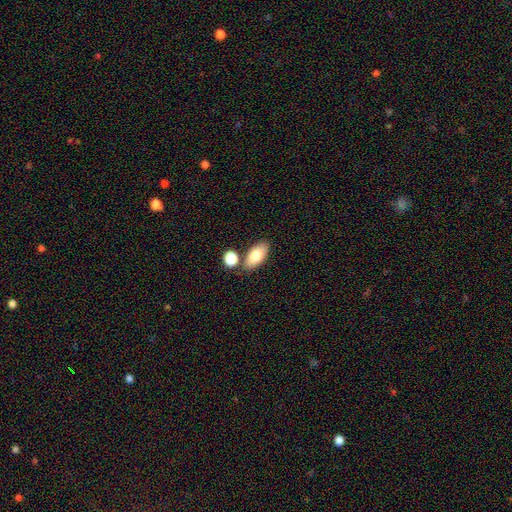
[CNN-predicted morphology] Smooth or featured: smooth — 79% (featured or disk — 14%)
How rounded: in between — 90% (cigar-shaped — 6%)
Merging: none — 75% (merger — 12%)